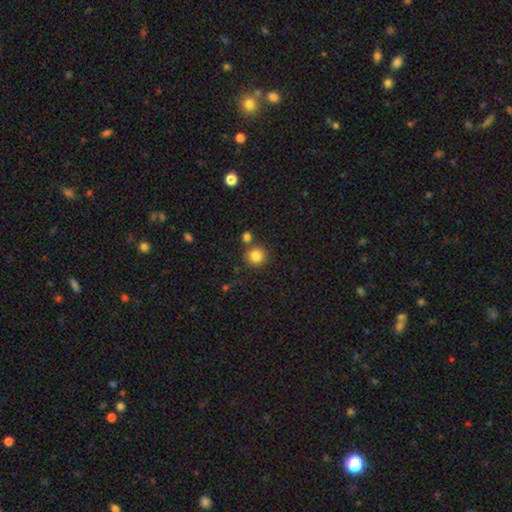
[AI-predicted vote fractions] Smooth or featured? Predicted: smooth (p=0.84). How rounded? Predicted: round (p=0.91). Merging? Predicted: none (p=0.77).